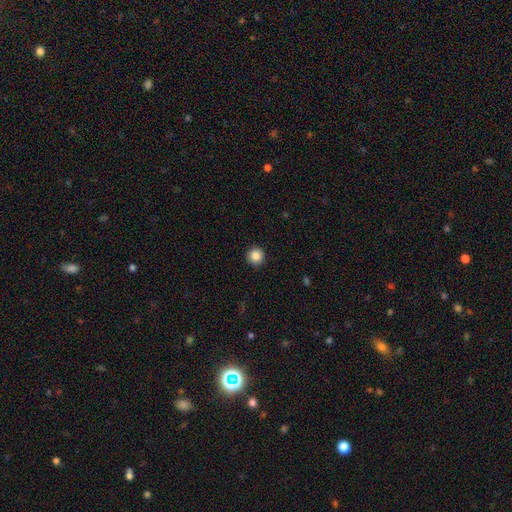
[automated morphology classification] smooth-or-featured: smooth: 87% | star or artifact: 10% | featured or disk: 4%
  how-rounded: round: 96% | in between: 3% | cigar-shaped: 1%
  merging: none: 92% | minor disturbance: 5% | major disturbance: 2% | merger: 1%